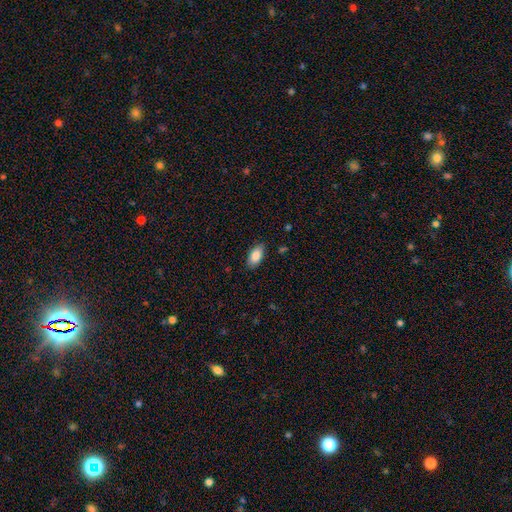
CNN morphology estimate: Smooth or featured?
  - smooth: 87% *
  - star or artifact: 7%
  - featured or disk: 6%
How rounded?
  - in between: 93% *
  - cigar-shaped: 4%
  - round: 3%
Merging?
  - none: 86% *
  - minor disturbance: 11%
  - major disturbance: 2%
  - merger: 1%